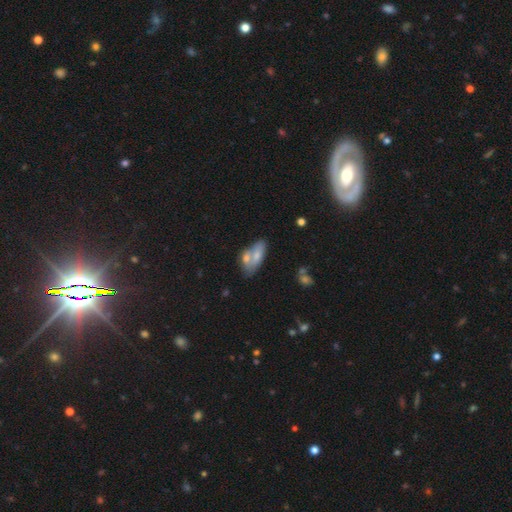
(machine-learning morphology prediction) The model was most divided on "merging": merger: 48%, none: 33%, minor disturbance: 13%, major disturbance: 6%. More confident: how rounded — in between (81%); smooth or featured — smooth (66%).